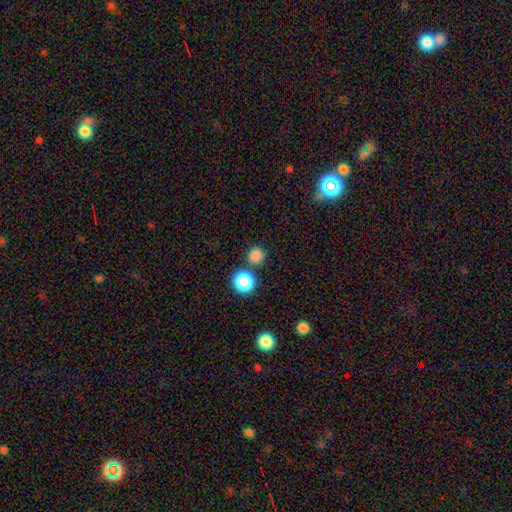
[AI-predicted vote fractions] Smooth or featured? smooth (82%)
How rounded? round (93%)
Merging? none (76%)